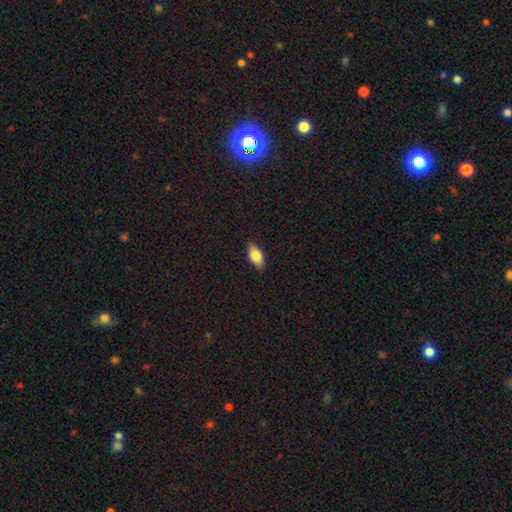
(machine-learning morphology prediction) Smooth or featured? smooth (81%)
How rounded? in between (88%)
Merging? none (87%)